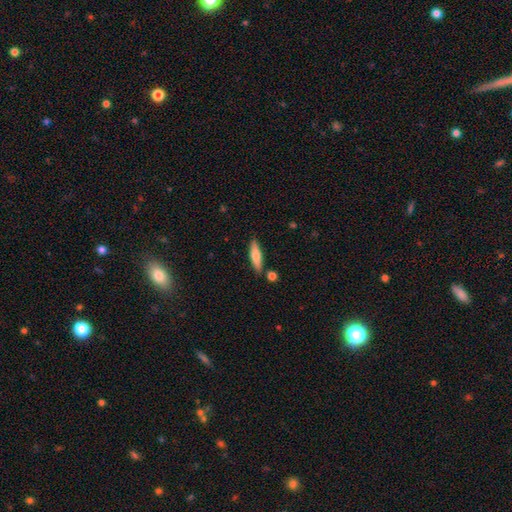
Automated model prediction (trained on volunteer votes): Overall: smooth (72%). How rounded: cigar-shaped (69%; in between 29%). Merging: none (83%).